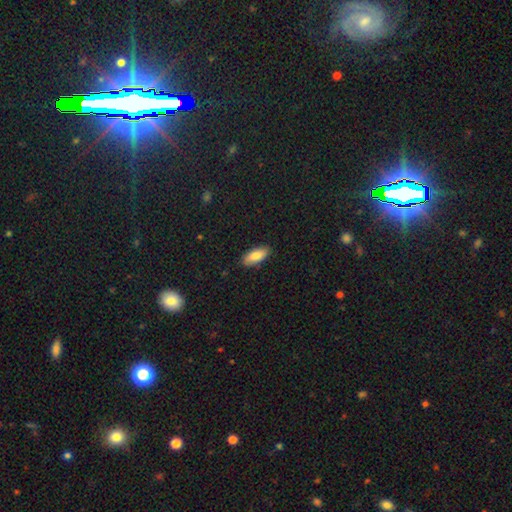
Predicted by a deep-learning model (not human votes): Q: Smooth or featured?
A: smooth (83%); runner-up: featured or disk (10%)
Q: How rounded?
A: in between (82%); runner-up: cigar-shaped (16%)
Q: Merging?
A: none (88%); runner-up: minor disturbance (9%)